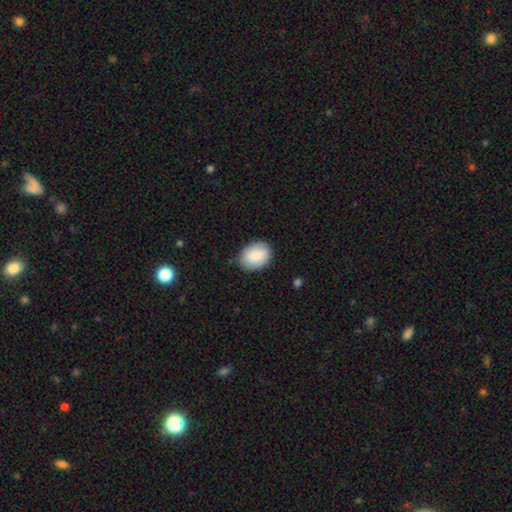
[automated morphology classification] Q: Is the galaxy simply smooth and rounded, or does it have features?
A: smooth — 87%.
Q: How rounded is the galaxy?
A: in between — 71%.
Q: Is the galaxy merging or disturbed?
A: none — 85%.